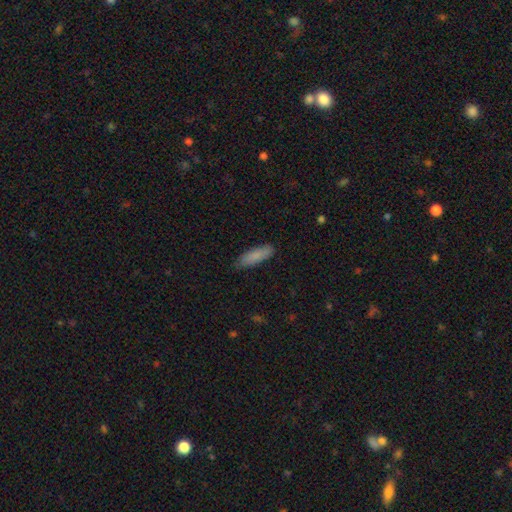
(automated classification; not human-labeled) This is clearly a smooth galaxy (84%). How rounded: possibly cigar-shaped (51%). Merging: clearly none (83%).